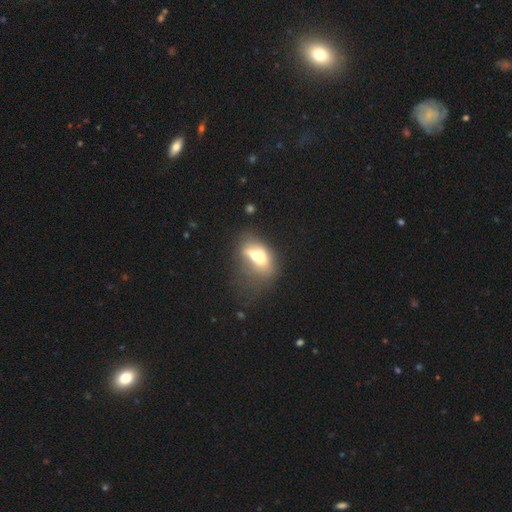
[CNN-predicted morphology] This appears to be a smooth galaxy with no disk features (49%). Merging: merger (32%).